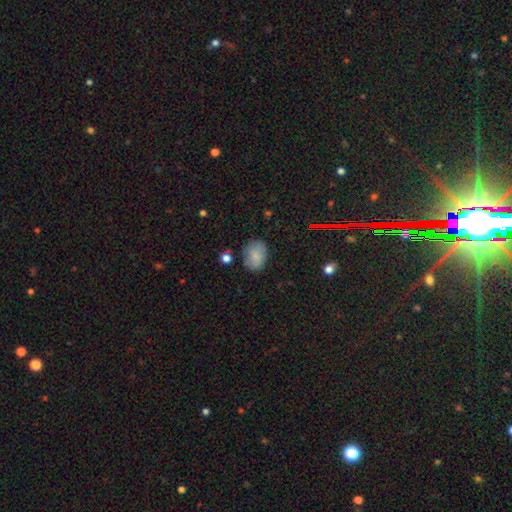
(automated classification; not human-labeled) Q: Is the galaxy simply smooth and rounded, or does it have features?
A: smooth — 82%.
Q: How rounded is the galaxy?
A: in between — 68%.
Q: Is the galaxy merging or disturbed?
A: none — 73%.